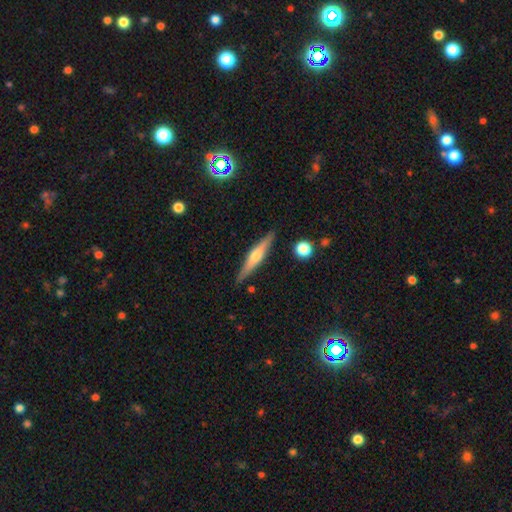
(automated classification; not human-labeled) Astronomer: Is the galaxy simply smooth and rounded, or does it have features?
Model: featured or disk — 63%.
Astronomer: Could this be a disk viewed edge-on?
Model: yes — 97%.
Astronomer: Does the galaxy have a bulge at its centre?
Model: rounded — 83%.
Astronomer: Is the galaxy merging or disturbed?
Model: none — 89%.